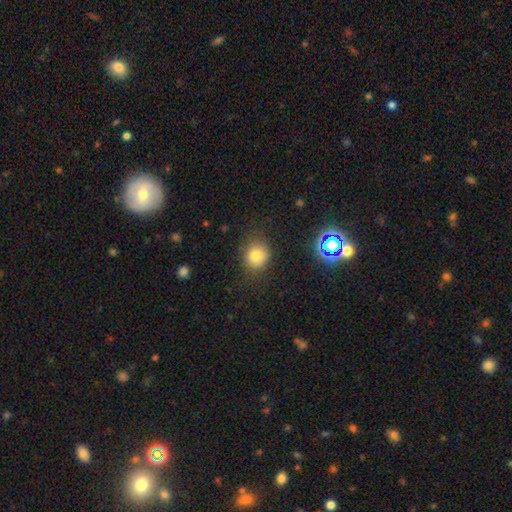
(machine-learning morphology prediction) Overall: smooth (77%). How rounded: round (77%). Merging: none (79%).